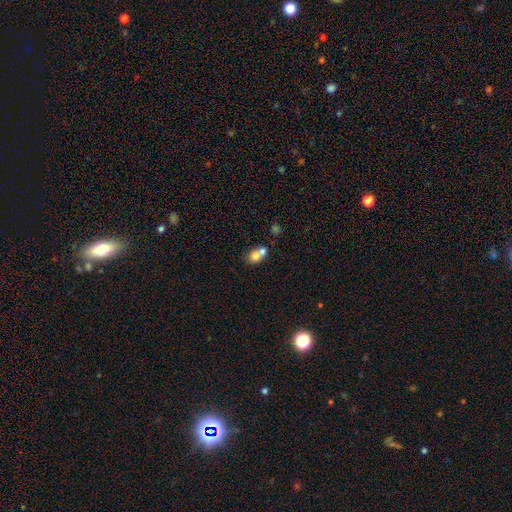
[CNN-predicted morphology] Smooth or featured? smooth (74%)
How rounded? round (58%)
Merging? merger (59%)